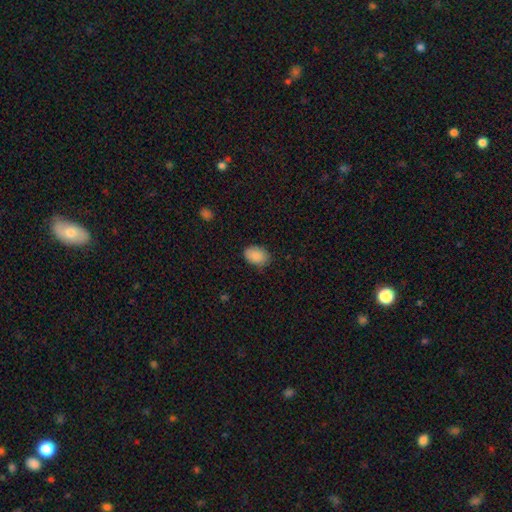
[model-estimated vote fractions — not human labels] A smooth galaxy with no disk features (88%) that is in between round and cigar-shaped (82%).

Vote fractions:
- Smooth or featured? smooth: 88% / star or artifact: 7% / featured or disk: 4%
- How rounded? in between: 82% / round: 17% / cigar-shaped: 1%
- Merging? none: 81% / minor disturbance: 15% / major disturbance: 3% / merger: 1%